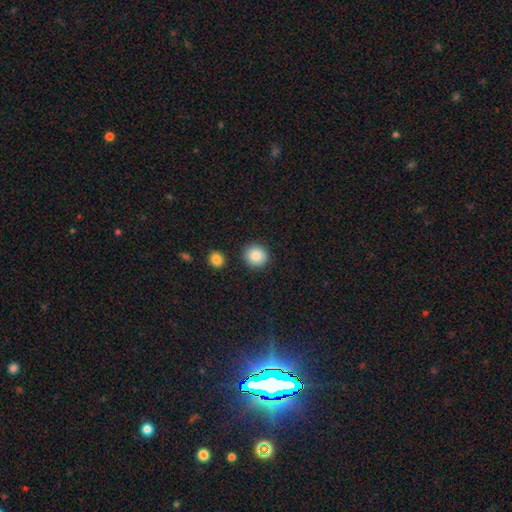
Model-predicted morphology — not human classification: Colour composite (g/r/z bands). It shows a smooth galaxy with no disk features (87%) that is round (89%). Merging: none (88%).